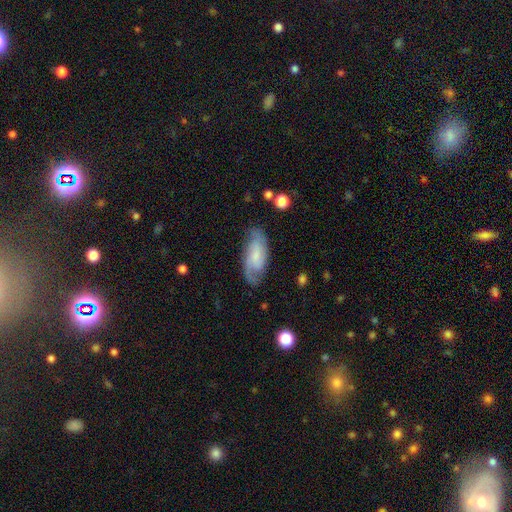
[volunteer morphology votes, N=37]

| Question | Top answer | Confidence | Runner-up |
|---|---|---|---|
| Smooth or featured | featured or disk | 78% | smooth (16%) |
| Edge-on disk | no | 93% | yes (7%) |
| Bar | no | 52% | weak (44%) |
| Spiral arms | yes | 89% | no (11%) |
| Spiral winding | medium | 46% | loose (33%) |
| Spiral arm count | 2 | 83% | 3 (12%) |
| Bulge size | small | 67% | moderate (15%) |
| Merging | none | 69% | minor disturbance (29%) |